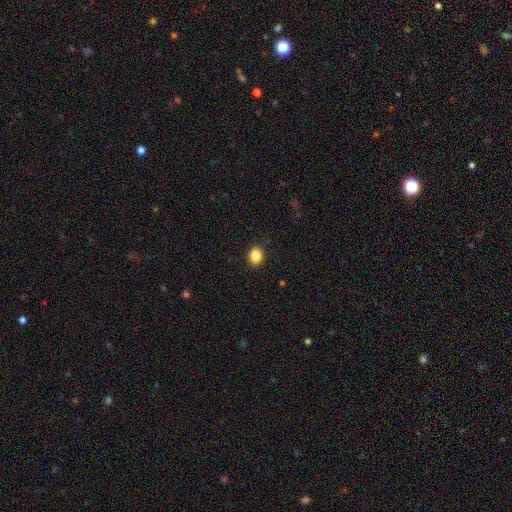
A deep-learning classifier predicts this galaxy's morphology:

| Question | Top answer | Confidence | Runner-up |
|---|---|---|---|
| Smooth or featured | smooth | 85% | star or artifact (9%) |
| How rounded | in between | 54% | round (45%) |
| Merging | none | 90% | minor disturbance (7%) |